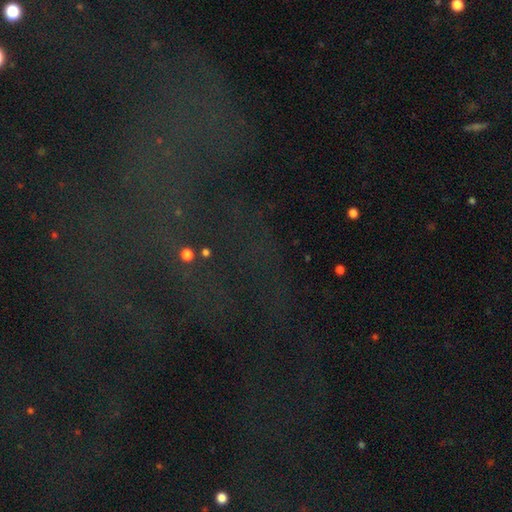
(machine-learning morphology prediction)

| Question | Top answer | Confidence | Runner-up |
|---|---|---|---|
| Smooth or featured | star or artifact | 76% | featured or disk (13%) |